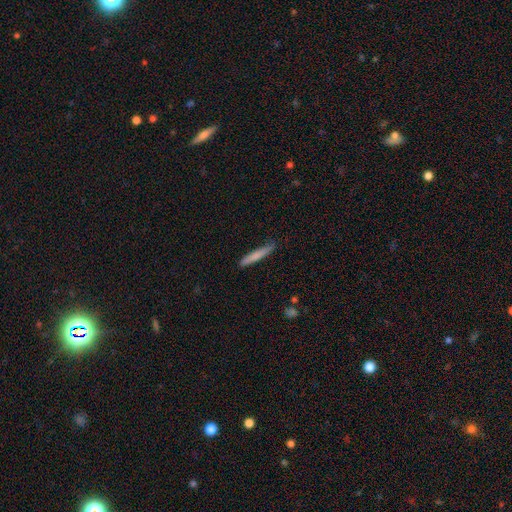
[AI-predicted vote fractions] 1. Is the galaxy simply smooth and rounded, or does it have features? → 75% smooth, 20% featured or disk, 6% star or artifact.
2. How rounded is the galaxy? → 95% cigar-shaped, 4% in between, 1% round.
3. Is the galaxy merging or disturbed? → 82% none, 15% minor disturbance, 2% major disturbance, 1% merger.